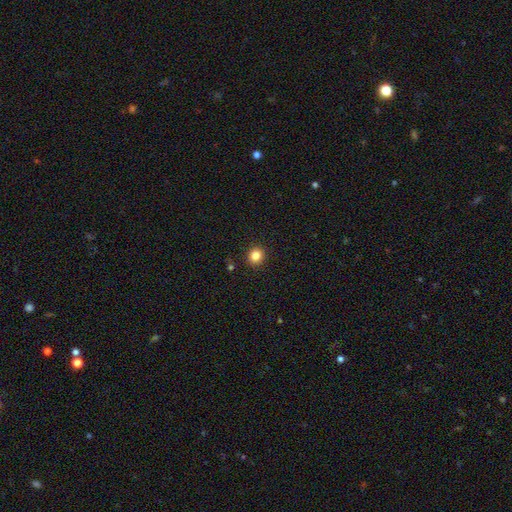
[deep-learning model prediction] Q: Smooth or featured?
A: smooth (84%); runner-up: star or artifact (12%)
Q: How rounded?
A: round (88%); runner-up: in between (11%)
Q: Merging?
A: none (92%); runner-up: minor disturbance (5%)